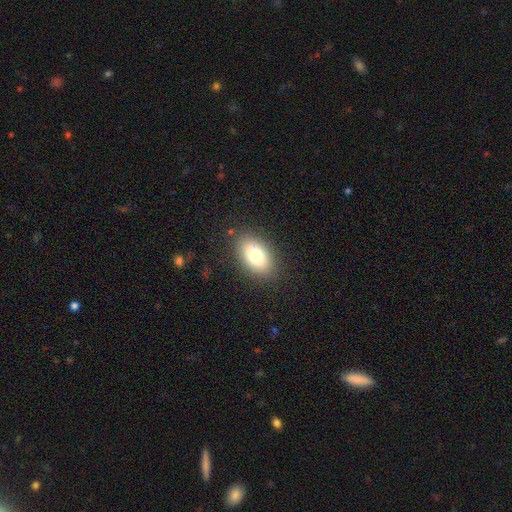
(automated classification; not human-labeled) smooth_or_featured: smooth (p=0.77) [alt: featured or disk p=0.14]
how_rounded: in between (p=0.89) [alt: round p=0.09]
merging: none (p=0.85) [alt: minor disturbance p=0.10]